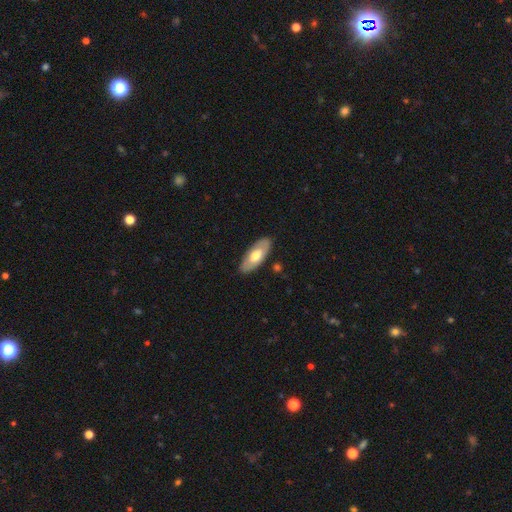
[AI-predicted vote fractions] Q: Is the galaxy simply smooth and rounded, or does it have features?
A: smooth — 59%.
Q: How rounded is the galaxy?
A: in between — 85%.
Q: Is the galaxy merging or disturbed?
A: none — 86%.